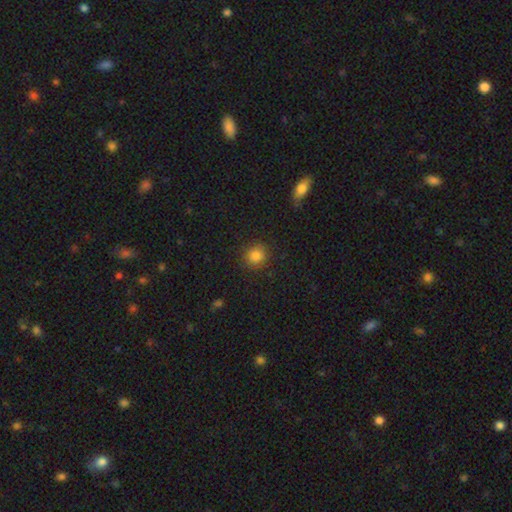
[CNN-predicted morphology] Overall: smooth (84%). How rounded: round (86%). Merging: none (86%).